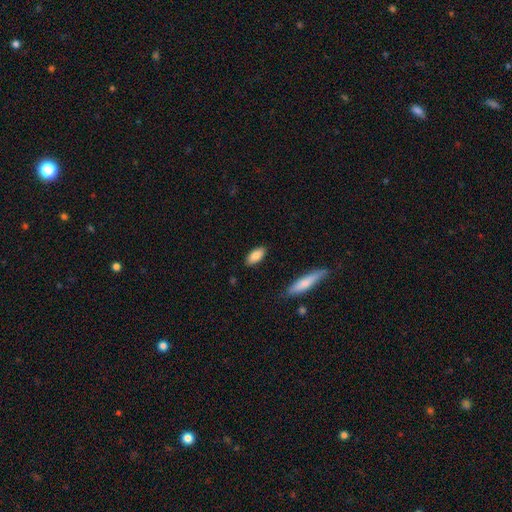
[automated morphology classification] Smooth or featured: smooth — 84% (featured or disk — 10%)
How rounded: in between — 86% (cigar-shaped — 12%)
Merging: none — 87% (minor disturbance — 9%)